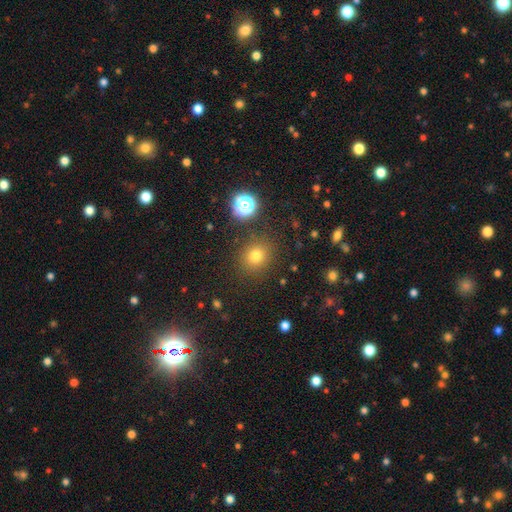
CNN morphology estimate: This appears to be a smooth galaxy with no disk features (74%) that is round (79%). Merging: none (87%).